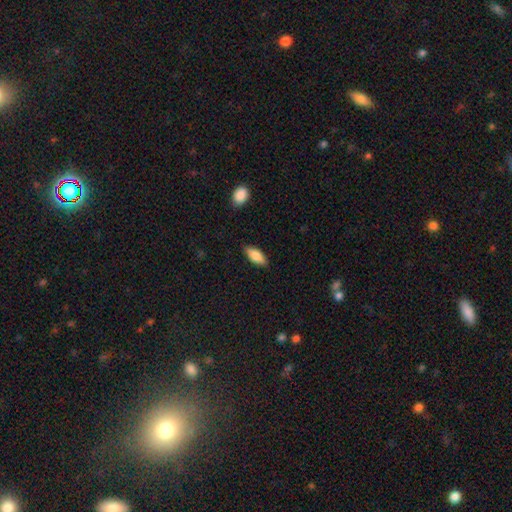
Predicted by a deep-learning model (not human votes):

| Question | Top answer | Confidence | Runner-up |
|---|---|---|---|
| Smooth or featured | smooth | 84% | featured or disk (10%) |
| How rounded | in between | 83% | cigar-shaped (15%) |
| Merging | none | 85% | minor disturbance (11%) |